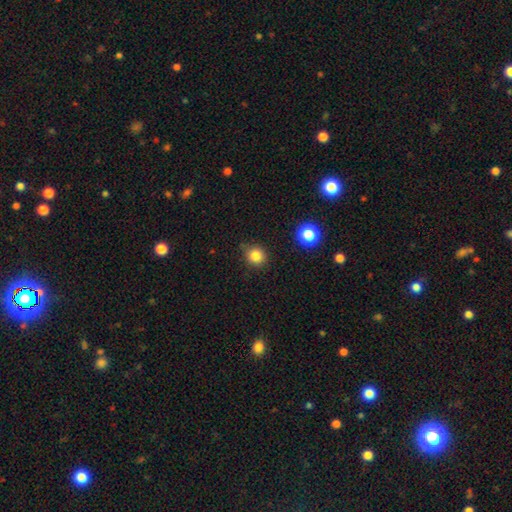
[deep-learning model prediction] A smooth galaxy with no disk features (83%) that is round (87%).

Vote fractions:
- Smooth or featured? smooth: 83% / star or artifact: 13% / featured or disk: 5%
- How rounded? round: 87% / in between: 12% / cigar-shaped: 1%
- Merging? none: 78% / minor disturbance: 16% / major disturbance: 3% / merger: 2%